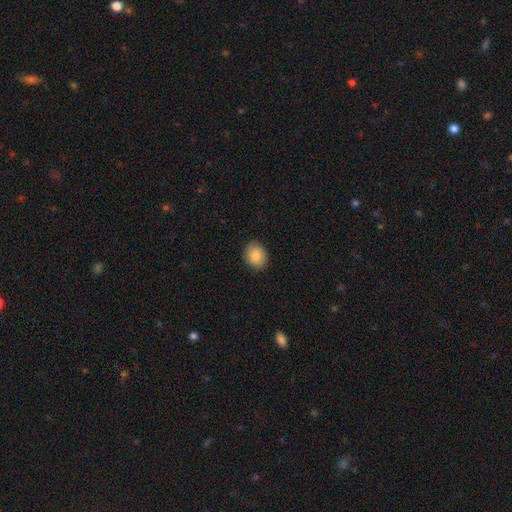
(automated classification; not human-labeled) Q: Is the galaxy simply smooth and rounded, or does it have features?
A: smooth — 87%.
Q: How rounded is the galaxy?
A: round — 55%.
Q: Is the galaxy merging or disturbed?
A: none — 89%.